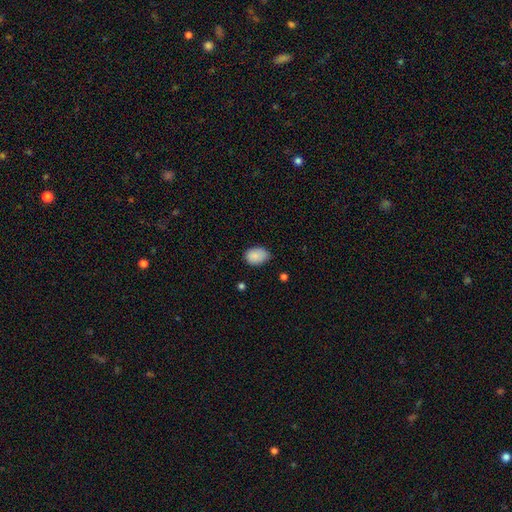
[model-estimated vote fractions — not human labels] smooth_or_featured: smooth (p=0.88) [alt: star or artifact p=0.08]
how_rounded: in between (p=0.80) [alt: round p=0.19]
merging: none (p=0.71) [alt: minor disturbance p=0.24]